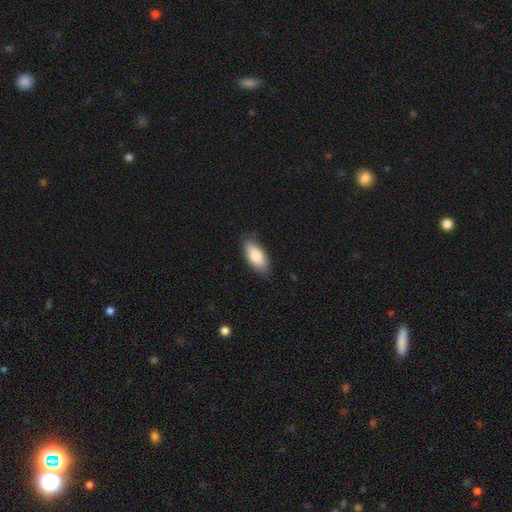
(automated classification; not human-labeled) Overall: smooth (81%). How rounded: in between (87%). Merging: none (84%).